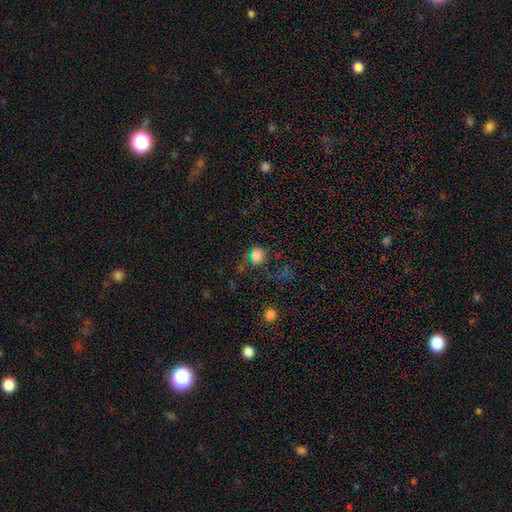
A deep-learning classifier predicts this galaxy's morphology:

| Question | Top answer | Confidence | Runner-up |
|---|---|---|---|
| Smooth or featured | smooth | 72% | star or artifact (22%) |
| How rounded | round | 86% | in between (13%) |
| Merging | none | 69% | minor disturbance (16%) |